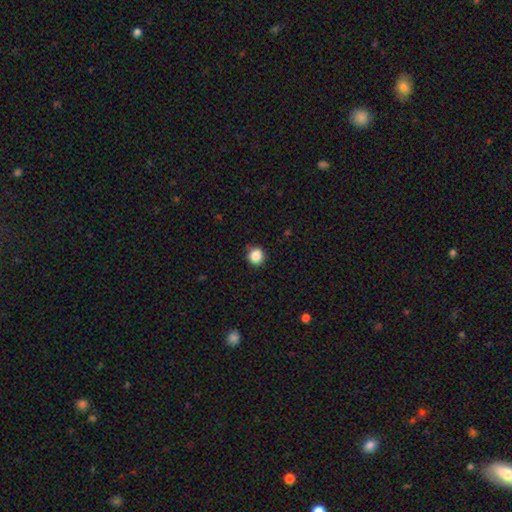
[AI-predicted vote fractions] Smooth or featured? smooth (86%)
How rounded? round (91%)
Merging? none (87%)